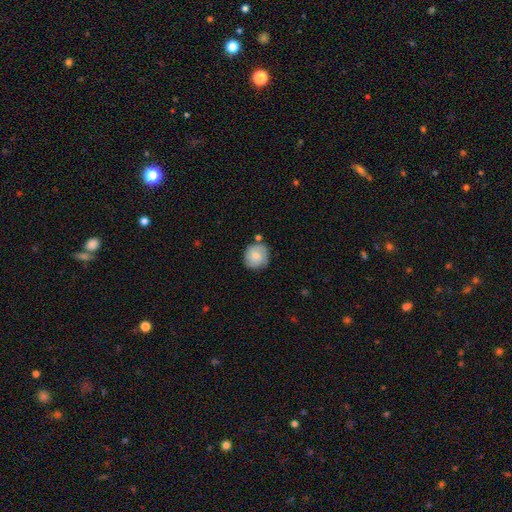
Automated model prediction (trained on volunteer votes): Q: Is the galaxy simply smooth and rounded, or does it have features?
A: smooth — 68%.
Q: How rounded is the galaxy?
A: round — 86%.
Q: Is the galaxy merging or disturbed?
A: none — 74%.